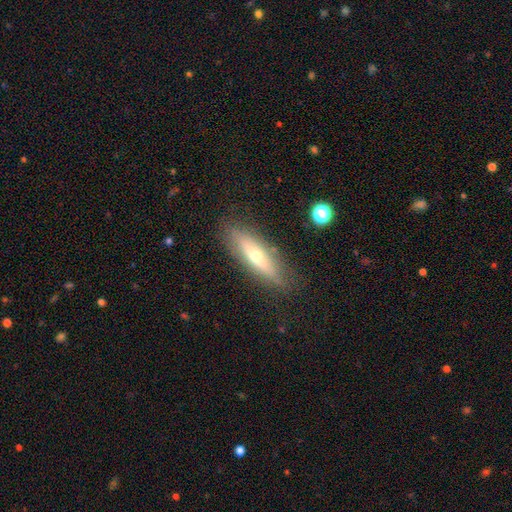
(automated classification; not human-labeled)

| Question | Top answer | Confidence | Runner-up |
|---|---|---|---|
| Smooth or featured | featured or disk | 51% | smooth (42%) |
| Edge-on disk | yes | 77% | no (23%) |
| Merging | none | 84% | minor disturbance (12%) |